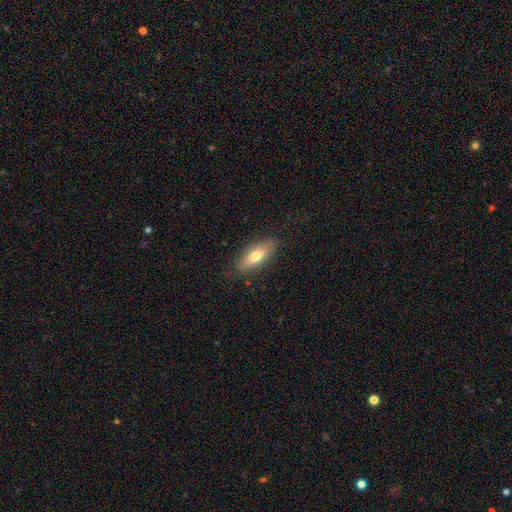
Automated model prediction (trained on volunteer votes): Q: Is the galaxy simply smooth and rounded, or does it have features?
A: smooth — 64%.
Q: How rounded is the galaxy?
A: in between — 64%.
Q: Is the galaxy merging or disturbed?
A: none — 85%.